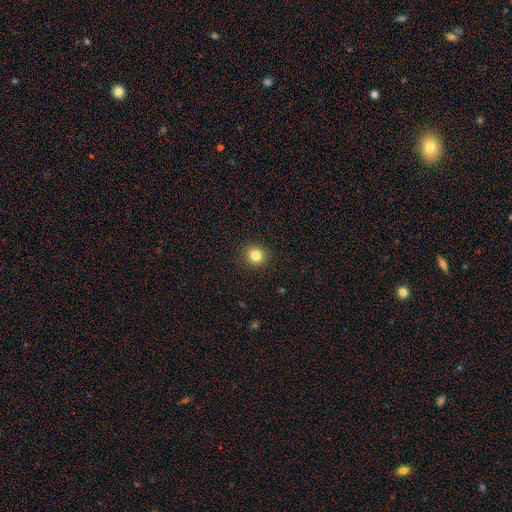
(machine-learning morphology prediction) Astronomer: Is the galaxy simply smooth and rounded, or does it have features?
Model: smooth — 83%.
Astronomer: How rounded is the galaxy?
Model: round — 87%.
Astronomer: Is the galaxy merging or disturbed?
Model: none — 91%.